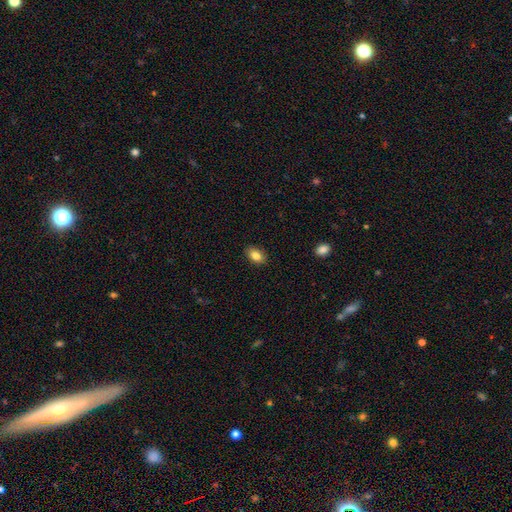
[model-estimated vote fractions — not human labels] A smooth galaxy with no disk features (85%) that is in between round and cigar-shaped (87%). Merging: none (88%).